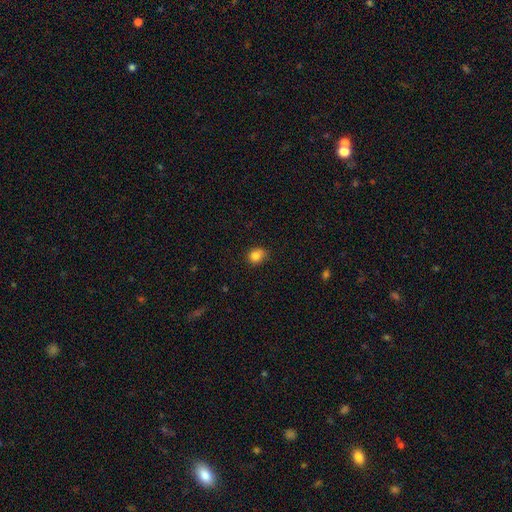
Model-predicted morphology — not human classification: type=smooth (84%); roundness=round (68%); merging=none (76%).